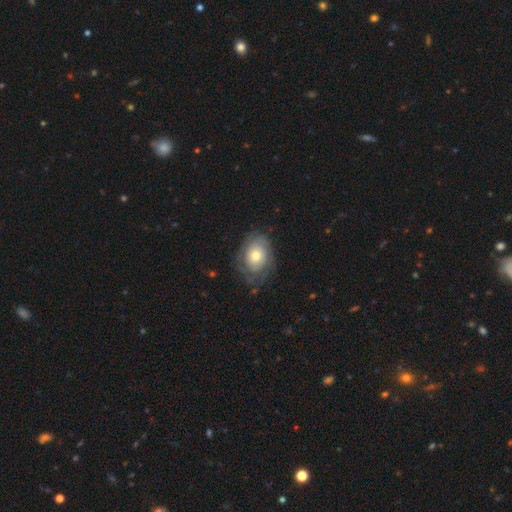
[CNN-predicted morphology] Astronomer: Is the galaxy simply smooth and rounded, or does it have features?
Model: featured or disk — 52% (runner-up: smooth, 41%).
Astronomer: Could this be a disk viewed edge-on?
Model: no — 95%.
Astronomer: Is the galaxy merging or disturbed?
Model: none — 65%.